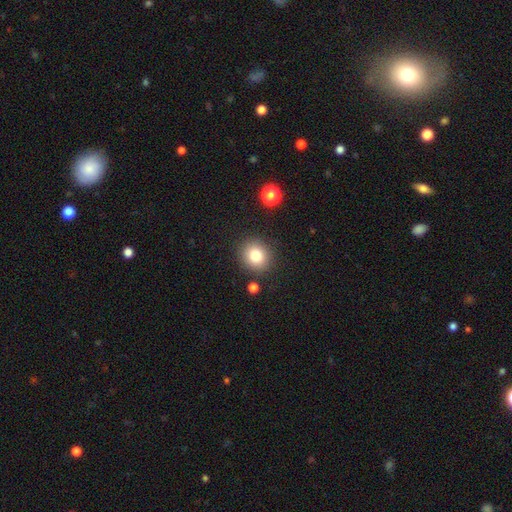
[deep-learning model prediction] This appears to be a smooth galaxy with no disk features (80%) that is round (82%). Merging: none (87%).